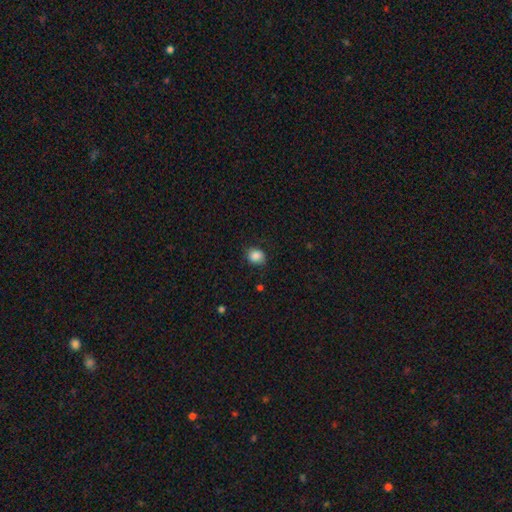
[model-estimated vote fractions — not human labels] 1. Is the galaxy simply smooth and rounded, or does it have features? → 85% smooth, 9% star or artifact, 6% featured or disk.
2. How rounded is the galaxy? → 63% round, 37% in between, 1% cigar-shaped.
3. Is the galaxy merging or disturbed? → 75% none, 19% minor disturbance, 5% major disturbance, 1% merger.